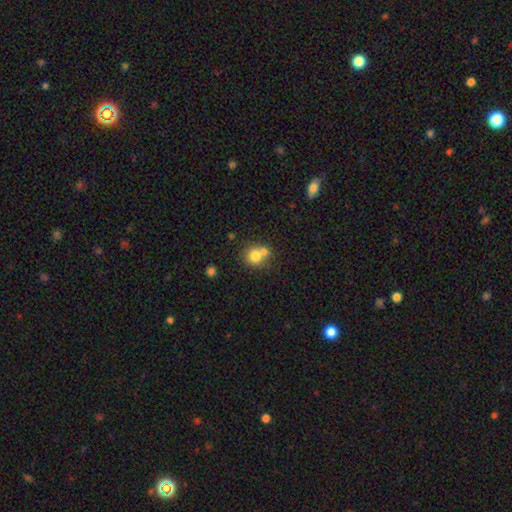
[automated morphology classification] Overall: smooth (74%). How rounded: round (83%). Merging: merger (46%; none 42%).